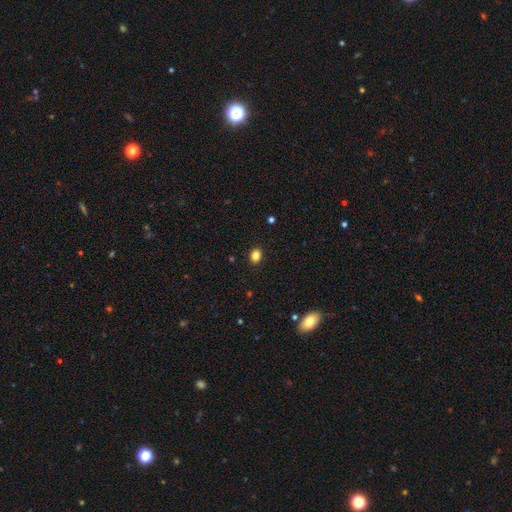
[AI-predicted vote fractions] Morphology: type=smooth (85%); roundness=in between (63%); merging=none (90%).